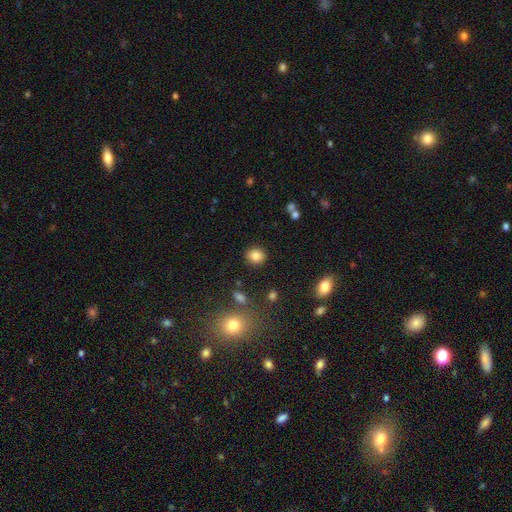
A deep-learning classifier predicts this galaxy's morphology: The model was most divided on "how rounded": round: 80%, in between: 19%, cigar-shaped: 1%. More confident: merging — none (88%); smooth or featured — smooth (84%).